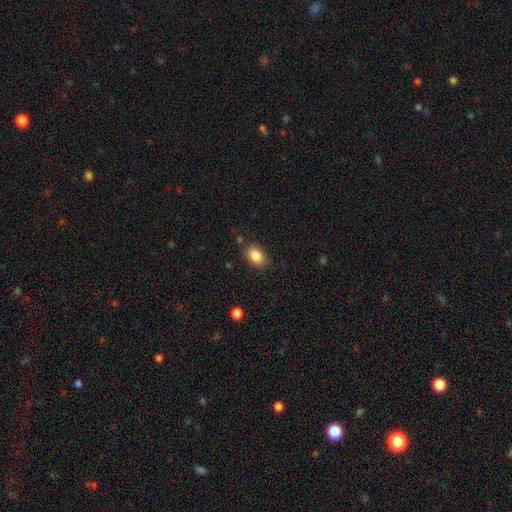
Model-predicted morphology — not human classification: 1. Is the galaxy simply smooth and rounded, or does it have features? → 86% smooth, 8% star or artifact, 6% featured or disk.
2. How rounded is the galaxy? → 81% in between, 18% round, 1% cigar-shaped.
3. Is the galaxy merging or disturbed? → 83% none, 12% minor disturbance, 3% major disturbance, 2% merger.